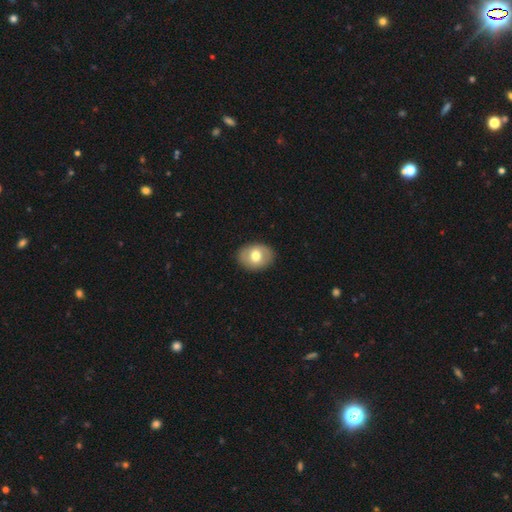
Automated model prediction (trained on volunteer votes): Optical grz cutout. It shows a smooth galaxy with no disk features (67%) that is in between round and cigar-shaped (62%). Merging: none (88%).